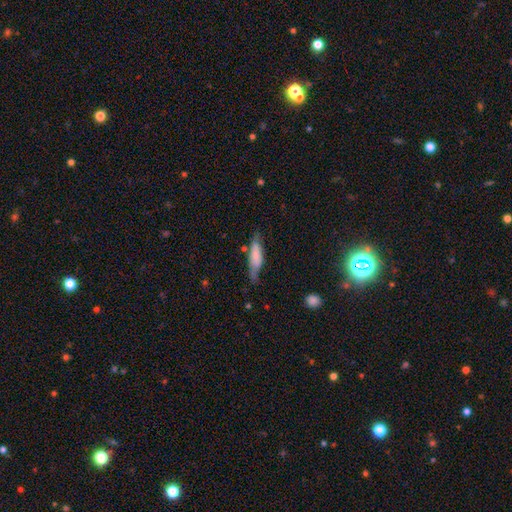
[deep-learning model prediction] A smooth galaxy with no disk features (65%) that is cigar-shaped (59%). Merging: none (60%).